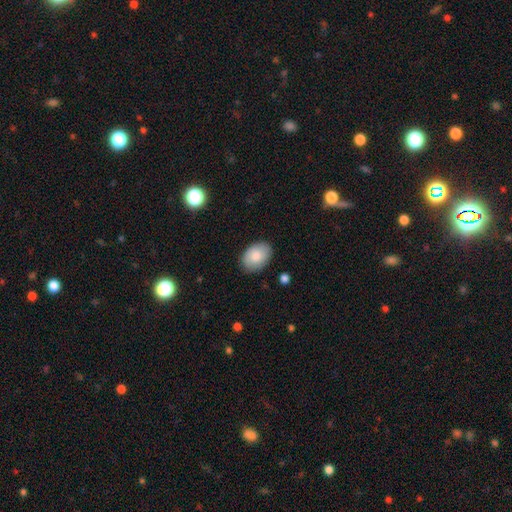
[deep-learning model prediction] Smooth or featured?
  - smooth: 83% *
  - featured or disk: 11%
  - star or artifact: 6%
How rounded?
  - in between: 85% *
  - round: 14%
  - cigar-shaped: 1%
Merging?
  - none: 85% *
  - minor disturbance: 11%
  - major disturbance: 2%
  - merger: 1%